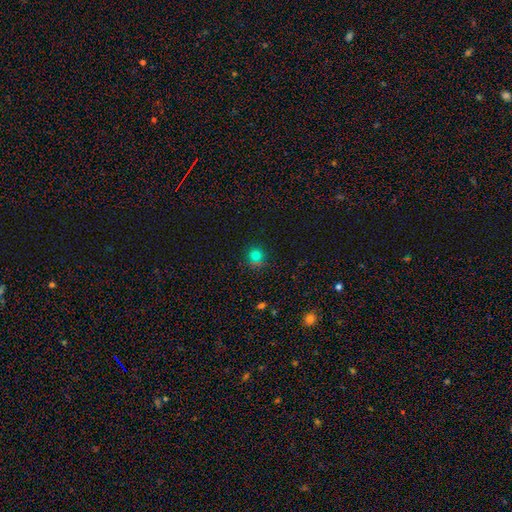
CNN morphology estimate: smooth-or-featured: smooth: 73% | star or artifact: 20% | featured or disk: 7%
  how-rounded: round: 89% | in between: 10% | cigar-shaped: 1%
  merging: none: 75% | minor disturbance: 13% | merger: 8% | major disturbance: 4%